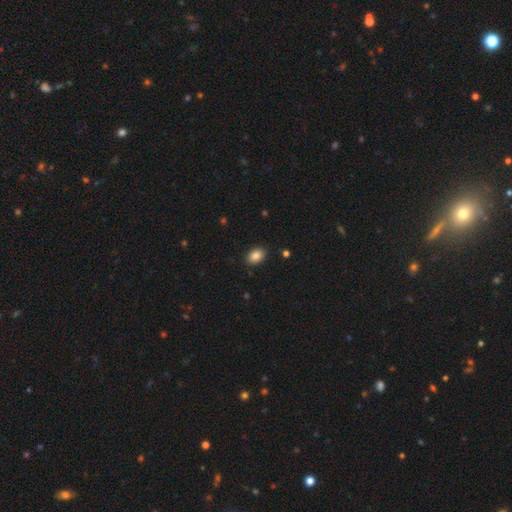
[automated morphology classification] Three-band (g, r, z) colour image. It shows a smooth galaxy with no disk features (86%) that is in between round and cigar-shaped (82%). Merging: none (89%).